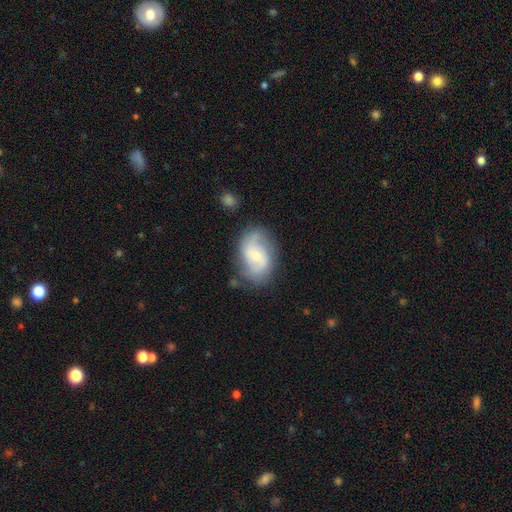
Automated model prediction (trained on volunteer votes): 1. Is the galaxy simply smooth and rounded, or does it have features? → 72% featured or disk, 22% smooth, 7% star or artifact.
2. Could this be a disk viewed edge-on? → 97% no, 3% yes.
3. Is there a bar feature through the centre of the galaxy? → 52% no, 40% weak, 8% strong.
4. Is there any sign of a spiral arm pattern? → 92% yes, 8% no.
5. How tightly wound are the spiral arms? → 43% medium, 39% loose, 18% tight.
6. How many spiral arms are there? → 81% 2, 9% can't tell, 4% 3, 3% 1, 1% 4, 1% more than 4.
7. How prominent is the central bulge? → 63% small, 30% moderate, 3% none, 2% large, 1% dominant.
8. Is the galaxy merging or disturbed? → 71% none, 19% minor disturbance, 7% major disturbance, 3% merger.